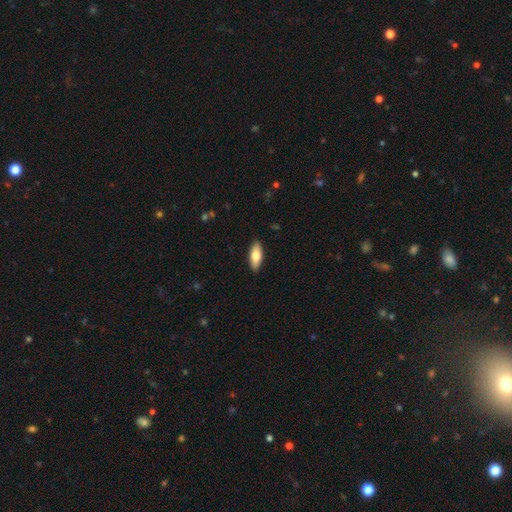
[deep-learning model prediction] A smooth galaxy with no disk features (76%) that is in between round and cigar-shaped (74%).

Vote fractions:
- Smooth or featured? smooth: 76% / featured or disk: 18% / star or artifact: 6%
- How rounded? in between: 74% / cigar-shaped: 24% / round: 2%
- Merging? none: 89% / minor disturbance: 8% / major disturbance: 2% / merger: 1%